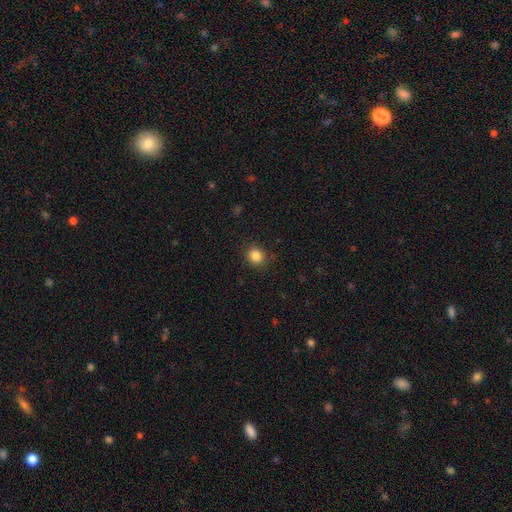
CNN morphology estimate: Overall: smooth (85%). How rounded: round (84%). Merging: none (89%).